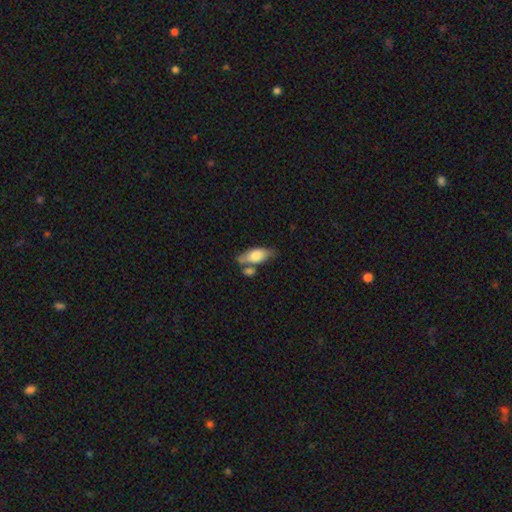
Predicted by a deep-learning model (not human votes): A smooth galaxy with no disk features (70%) that is in between round and cigar-shaped (81%). Merging: none (51%).